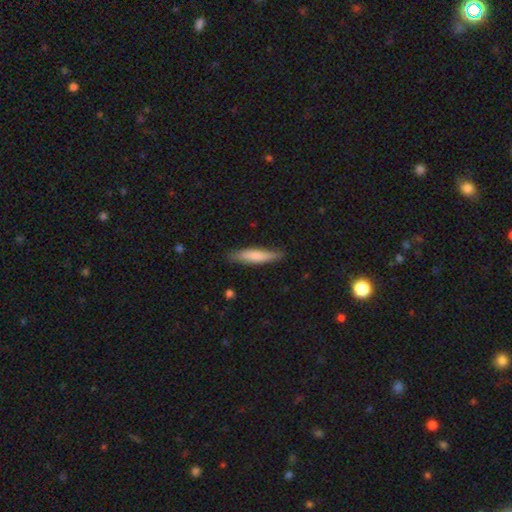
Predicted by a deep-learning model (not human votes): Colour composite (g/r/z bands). It shows a smooth galaxy with no disk features (75%) that is cigar-shaped (83%). Merging: none (82%).